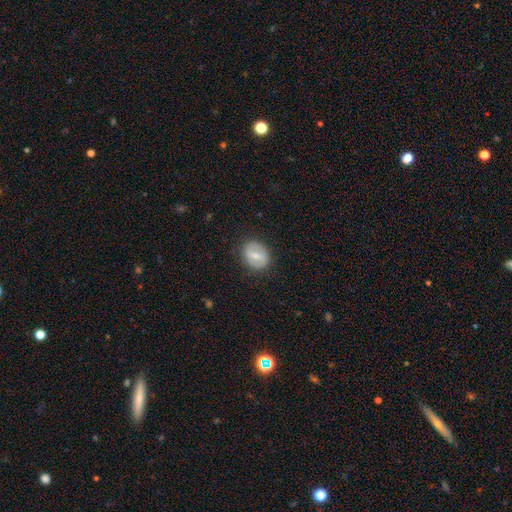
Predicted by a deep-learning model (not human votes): Smooth or featured?
  - smooth: 55% *
  - featured or disk: 38%
  - star or artifact: 7%
How rounded?
  - round: 52% *
  - in between: 47%
  - cigar-shaped: 1%
Merging?
  - none: 83% *
  - minor disturbance: 12%
  - major disturbance: 4%
  - merger: 1%